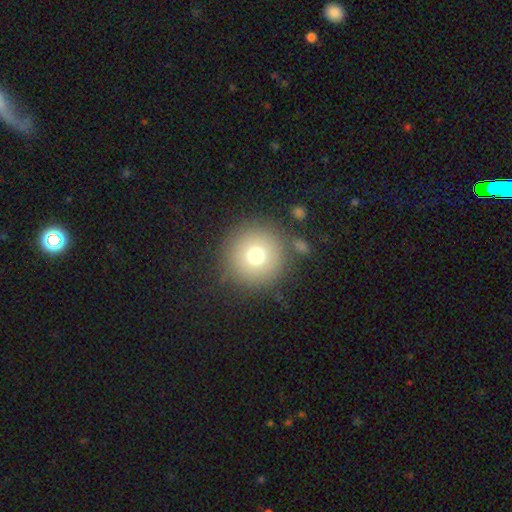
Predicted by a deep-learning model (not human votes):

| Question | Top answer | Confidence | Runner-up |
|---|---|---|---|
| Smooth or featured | smooth | 73% | featured or disk (14%) |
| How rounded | round | 96% | in between (3%) |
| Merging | none | 85% | minor disturbance (7%) |